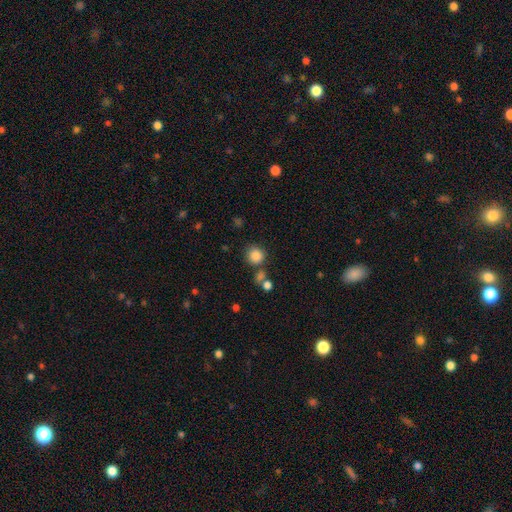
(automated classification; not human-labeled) Overall: smooth (85%). How rounded: round (90%). Merging: none (74%).